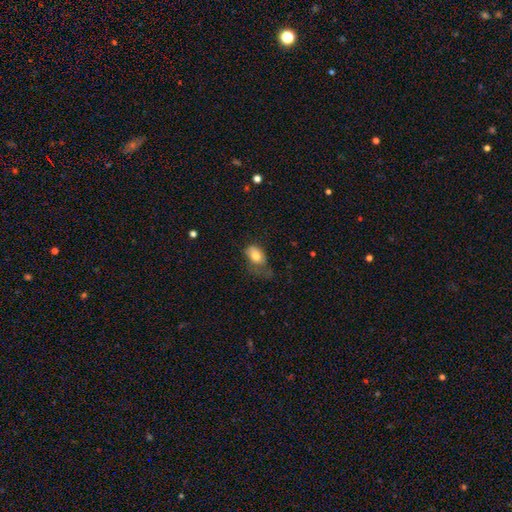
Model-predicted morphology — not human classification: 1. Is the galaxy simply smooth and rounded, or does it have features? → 77% smooth, 15% featured or disk, 8% star or artifact.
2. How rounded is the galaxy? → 85% in between, 13% round, 2% cigar-shaped.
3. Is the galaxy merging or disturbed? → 36% major disturbance, 34% minor disturbance, 27% none, 3% merger.